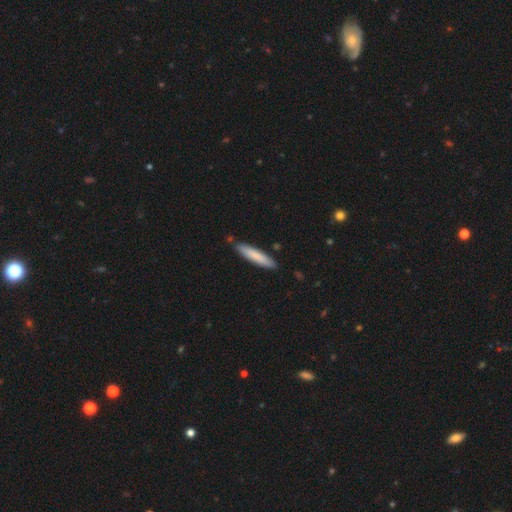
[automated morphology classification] A smooth galaxy with no disk features (80%) that is cigar-shaped (88%).

Vote fractions:
- Smooth or featured? smooth: 80% / featured or disk: 14% / star or artifact: 5%
- How rounded? cigar-shaped: 88% / in between: 11% / round: 1%
- Merging? none: 85% / minor disturbance: 10% / merger: 3% / major disturbance: 2%